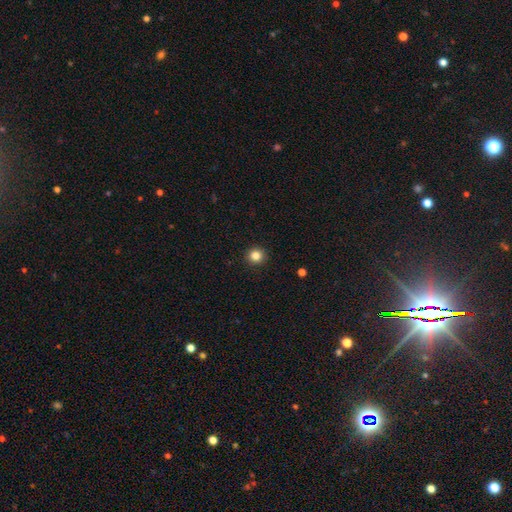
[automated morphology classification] Smooth or featured: smooth — 84% (star or artifact — 12%)
How rounded: round — 94% (in between — 5%)
Merging: none — 93% (minor disturbance — 5%)